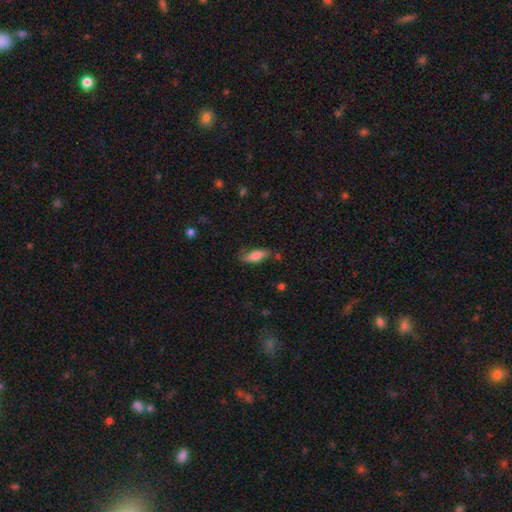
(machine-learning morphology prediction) Smooth or featured: smooth — 71% (featured or disk — 21%)
How rounded: in between — 67% (cigar-shaped — 31%)
Merging: none — 62% (minor disturbance — 27%)